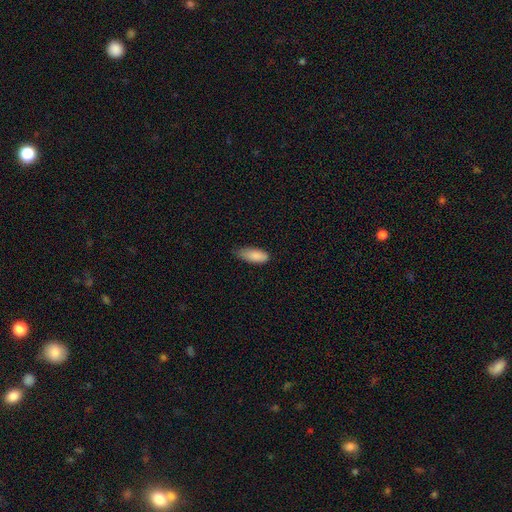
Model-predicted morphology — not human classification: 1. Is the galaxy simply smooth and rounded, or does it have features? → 87% smooth, 7% star or artifact, 7% featured or disk.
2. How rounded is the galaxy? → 81% in between, 17% cigar-shaped, 2% round.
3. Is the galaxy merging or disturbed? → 53% none, 40% minor disturbance, 6% major disturbance, 1% merger.